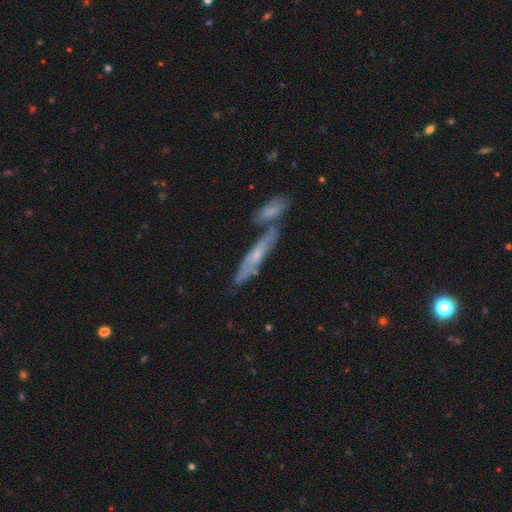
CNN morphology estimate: smooth_or_featured: featured or disk (p=0.59) [alt: smooth p=0.33]
disk_edge_on: yes (p=0.60) [alt: no p=0.40]
merging: none (p=0.50) [alt: merger p=0.33]